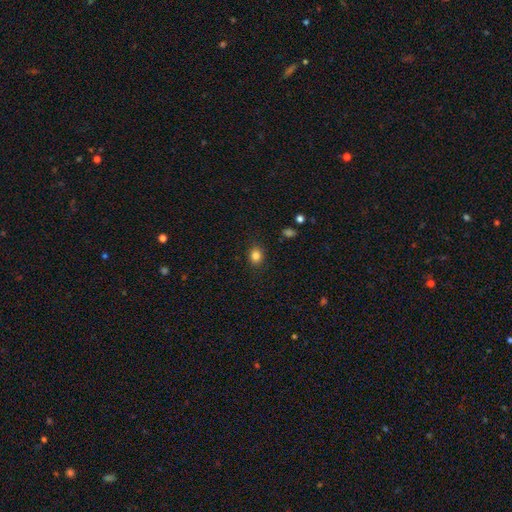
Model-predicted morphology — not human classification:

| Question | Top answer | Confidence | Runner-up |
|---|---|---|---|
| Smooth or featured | smooth | 84% | star or artifact (11%) |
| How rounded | round | 66% | in between (33%) |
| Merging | none | 87% | minor disturbance (9%) |